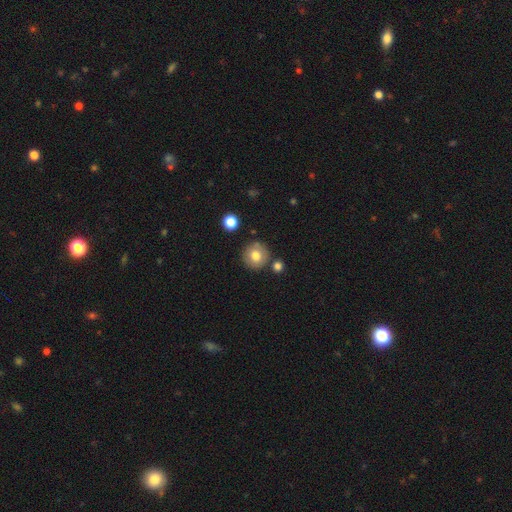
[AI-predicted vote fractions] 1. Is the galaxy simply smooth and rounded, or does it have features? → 77% smooth, 13% featured or disk, 10% star or artifact.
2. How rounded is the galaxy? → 93% round, 6% in between, 1% cigar-shaped.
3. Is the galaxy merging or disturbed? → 81% none, 9% minor disturbance, 7% merger, 3% major disturbance.